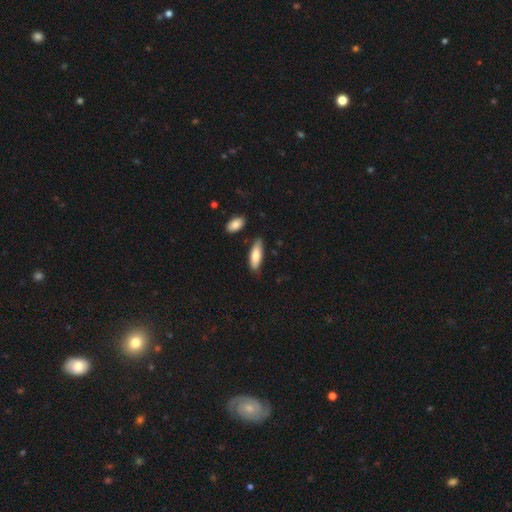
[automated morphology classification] This is likely a smooth galaxy (79%). How rounded: possibly in between (58%). Merging: likely none (76%).